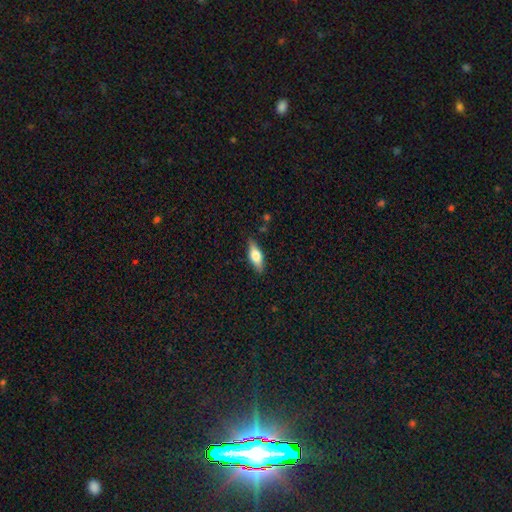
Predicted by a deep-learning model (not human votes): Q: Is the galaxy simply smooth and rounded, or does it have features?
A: smooth — 58%.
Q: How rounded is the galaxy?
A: in between — 66%.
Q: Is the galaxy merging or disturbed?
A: none — 85%.